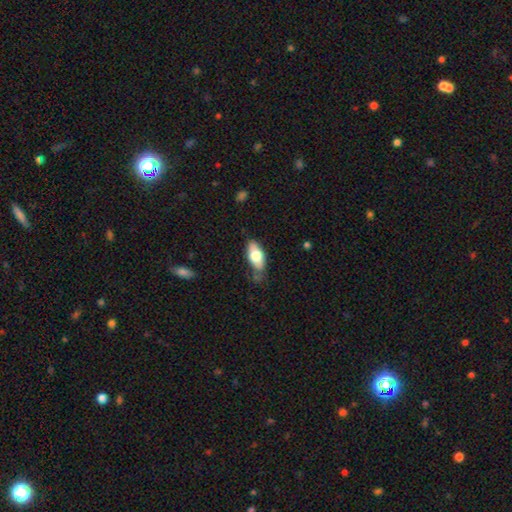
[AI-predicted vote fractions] smooth_or_featured: smooth (p=0.72) [alt: featured or disk p=0.22]
how_rounded: in between (p=0.87) [alt: cigar-shaped p=0.10]
merging: none (p=0.66) [alt: minor disturbance p=0.24]